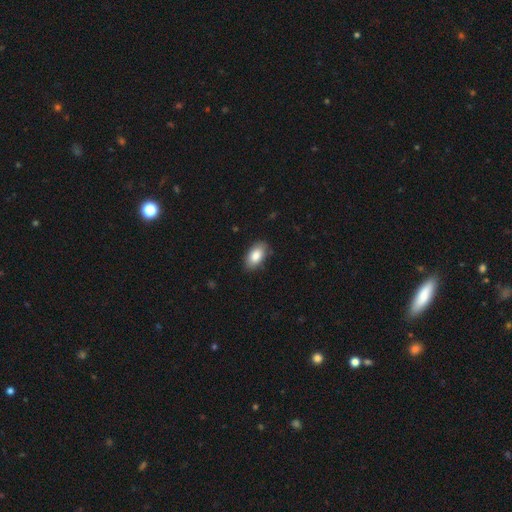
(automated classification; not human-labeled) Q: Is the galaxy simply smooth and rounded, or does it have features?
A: smooth — 85%.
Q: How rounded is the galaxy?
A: in between — 93%.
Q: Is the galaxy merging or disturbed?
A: none — 83%.